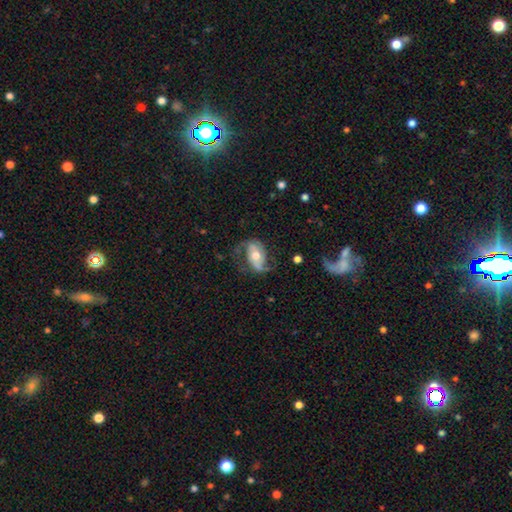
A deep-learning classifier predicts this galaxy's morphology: Smooth or featured? Predicted: featured or disk (p=0.73). Edge-on disk? Predicted: no (p=0.95). Bar? Predicted: no (p=0.42). Spiral arms? Predicted: yes (p=0.88). Spiral winding? Predicted: loose (p=0.48). Spiral arm count? Predicted: 2 (p=0.86). Bulge size? Predicted: moderate (p=0.67). Merging? Predicted: none (p=0.60).